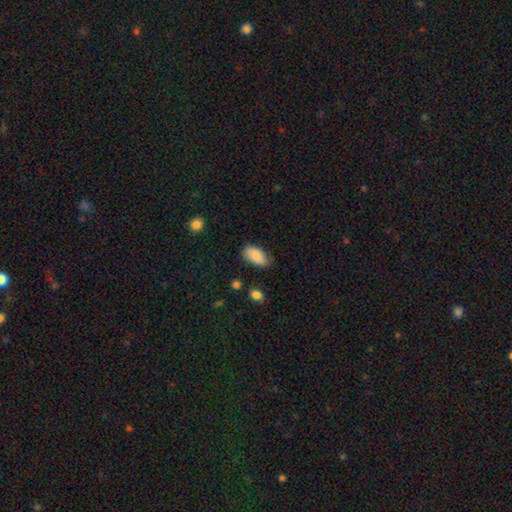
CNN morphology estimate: Overall: smooth (84%). How rounded: in between (94%). Merging: none (68%).